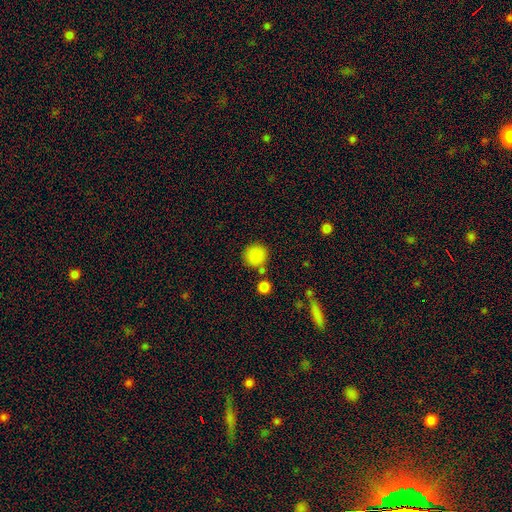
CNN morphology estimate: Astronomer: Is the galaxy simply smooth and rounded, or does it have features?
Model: smooth — 86%.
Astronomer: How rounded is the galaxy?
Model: round — 92%.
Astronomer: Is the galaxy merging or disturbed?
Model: none — 77%.